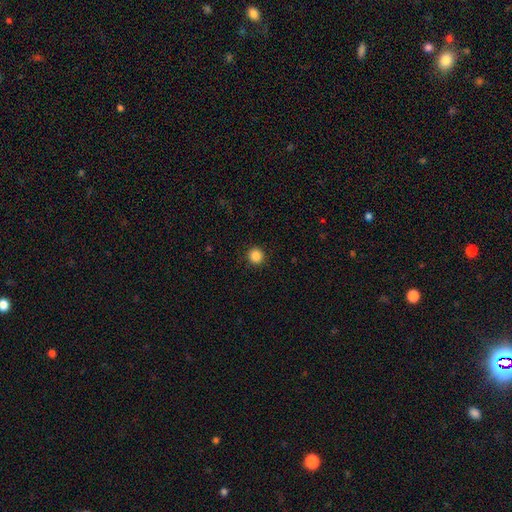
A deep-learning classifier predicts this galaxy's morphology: The model was most divided on "smooth or featured": smooth: 87%, star or artifact: 10%, featured or disk: 3%. More confident: how rounded — round (94%); merging — none (92%).